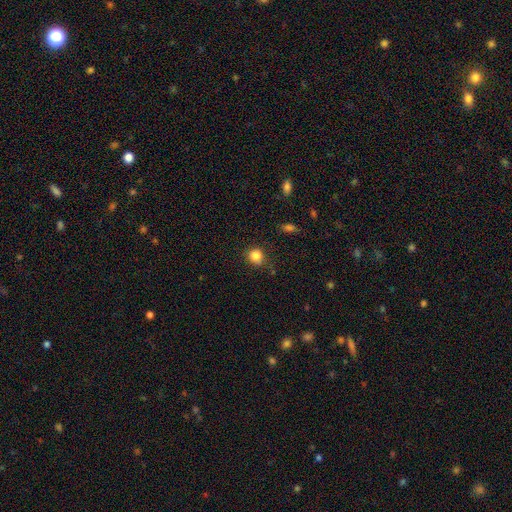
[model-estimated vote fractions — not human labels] Q: Smooth or featured?
A: smooth (84%); runner-up: star or artifact (11%)
Q: How rounded?
A: round (81%); runner-up: in between (18%)
Q: Merging?
A: none (74%); runner-up: minor disturbance (19%)